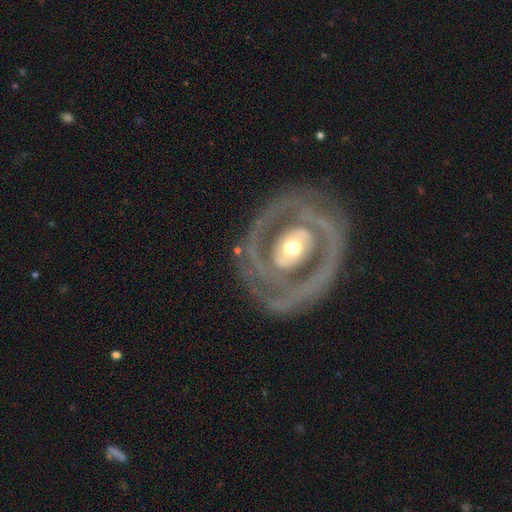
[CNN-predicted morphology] A featured or disk galaxy (84%) with no bar (55%), 2 (53%) tight (64%) spiral arms (64%) and a moderate central bulge (60%).

Vote fractions:
- Smooth or featured? featured or disk: 84% / smooth: 11% / star or artifact: 5%
- Edge-on disk? no: 95% / yes: 5%
- Bar? no: 55% / weak: 24% / strong: 21%
- Spiral arms? yes: 64% / no: 36%
- Spiral winding? tight: 64% / medium: 26% / loose: 10%
- Spiral arm count? 2: 53% / can't tell: 22% / 1: 10% / 3: 8% / 4: 3% / more than 4: 3%
- Bulge size? moderate: 60% / small: 29% / large: 9% / dominant: 1% / none: 1%
- Merging? none: 75% / minor disturbance: 15% / major disturbance: 9% / merger: 2%